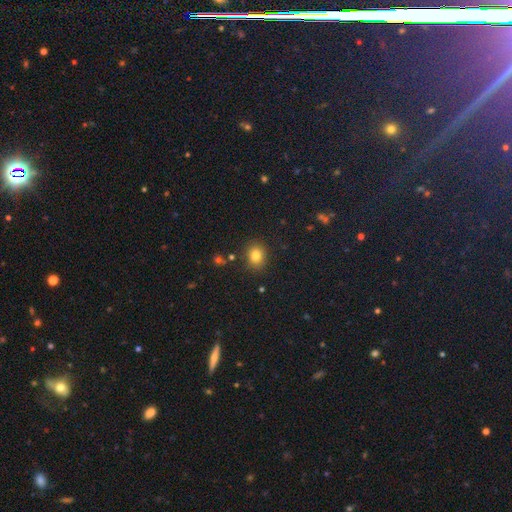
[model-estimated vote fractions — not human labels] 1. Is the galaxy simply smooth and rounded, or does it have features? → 81% smooth, 12% star or artifact, 7% featured or disk.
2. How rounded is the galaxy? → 63% round, 36% in between, 1% cigar-shaped.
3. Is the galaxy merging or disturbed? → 86% none, 9% minor disturbance, 3% major disturbance, 2% merger.